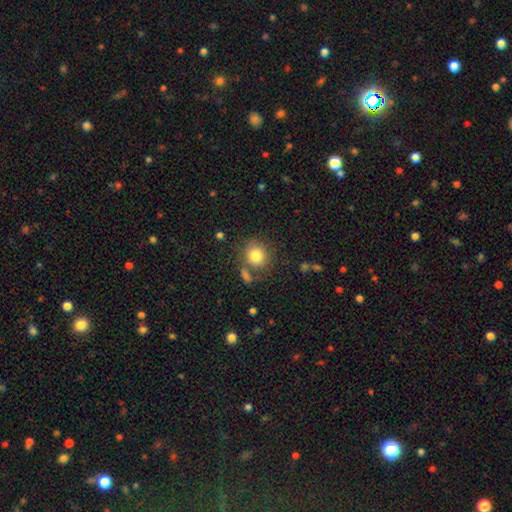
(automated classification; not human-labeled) Smooth or featured? Predicted: smooth (p=0.82). How rounded? Predicted: round (p=0.86). Merging? Predicted: none (p=0.71).